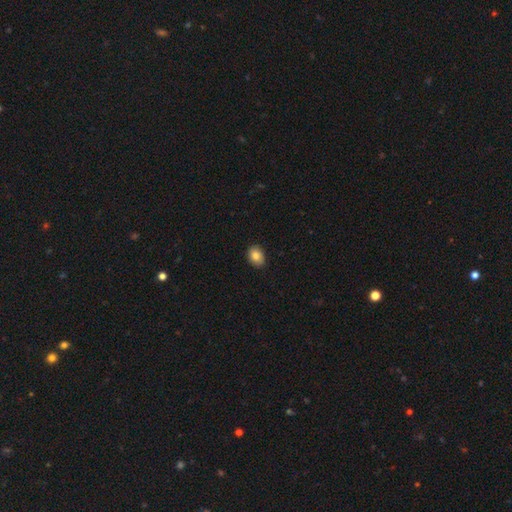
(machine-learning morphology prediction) This is clearly a smooth galaxy (84%). How rounded: likely in between (65%). Merging: clearly none (88%).